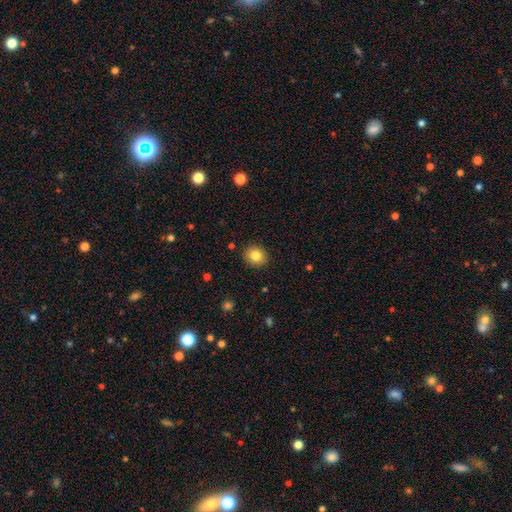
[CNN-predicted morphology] The model was most divided on "how rounded": round: 76%, in between: 23%, cigar-shaped: 1%. More confident: merging — none (90%); smooth or featured — smooth (83%).